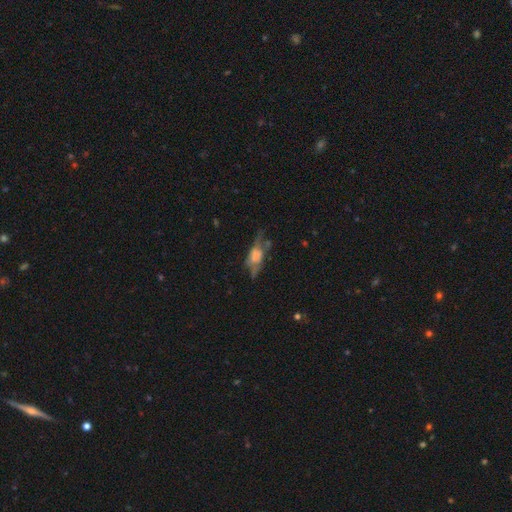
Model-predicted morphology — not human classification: This appears to be a featured or disk galaxy (50%). Merging: none (37%).